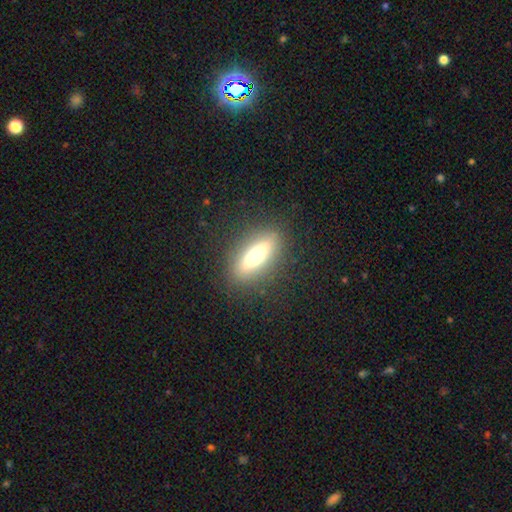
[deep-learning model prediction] Smooth or featured?
  - smooth: 59% *
  - featured or disk: 33%
  - star or artifact: 9%
How rounded?
  - in between: 53% *
  - cigar-shaped: 43%
  - round: 4%
Merging?
  - none: 86% *
  - minor disturbance: 9%
  - major disturbance: 4%
  - merger: 1%